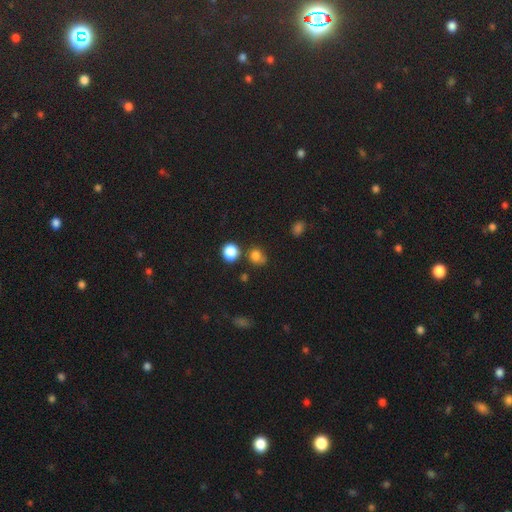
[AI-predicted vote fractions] This is likely a smooth galaxy (78%). How rounded: likely round (71%). Merging: likely none (63%).